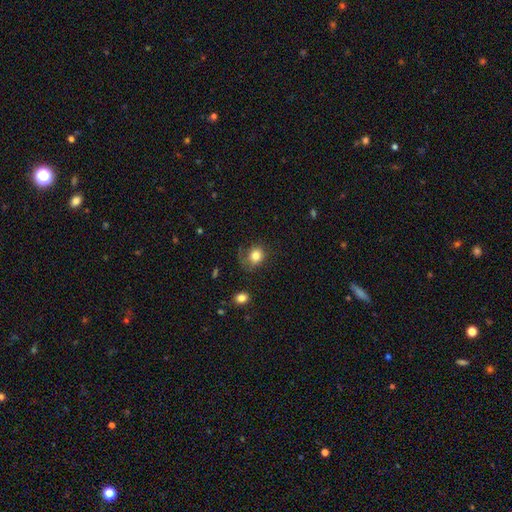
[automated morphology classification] Smooth or featured? Predicted: smooth (p=0.80). How rounded? Predicted: round (p=0.69). Merging? Predicted: none (p=0.56).